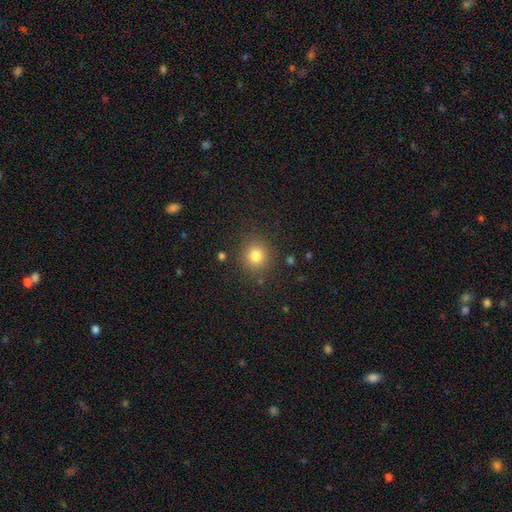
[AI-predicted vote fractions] A smooth galaxy with no disk features (81%) that is round (87%). Merging: none (85%).